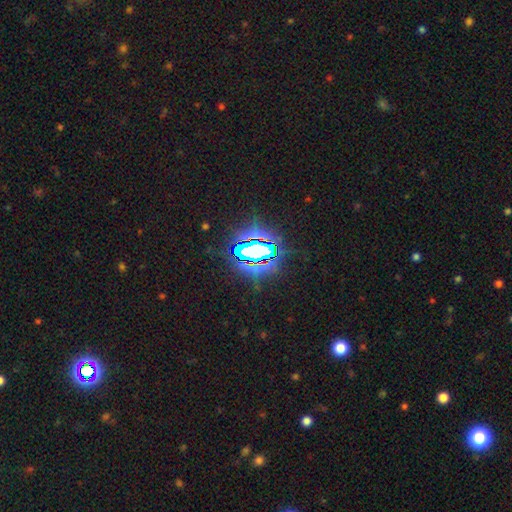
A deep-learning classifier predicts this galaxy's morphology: Smooth or featured? Predicted: star or artifact (p=0.70).